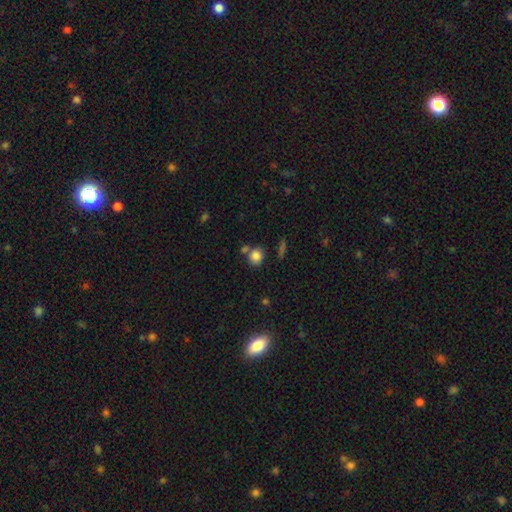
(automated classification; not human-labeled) Smooth or featured? Predicted: smooth (p=0.83). How rounded? Predicted: round (p=0.82). Merging? Predicted: none (p=0.63).